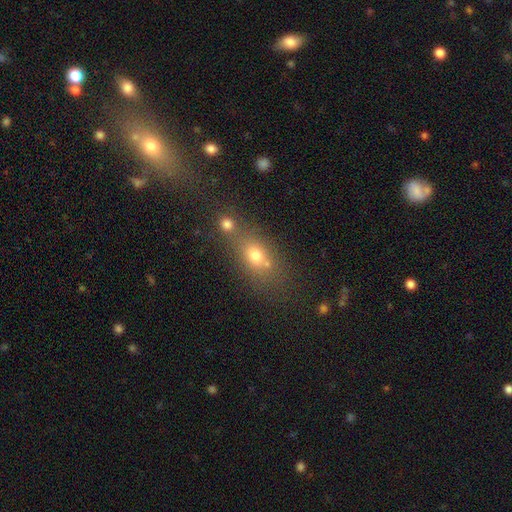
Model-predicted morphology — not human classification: This appears to be a smooth galaxy with no disk features (66%) that is in between round and cigar-shaped (60%). Merging: none (47%).